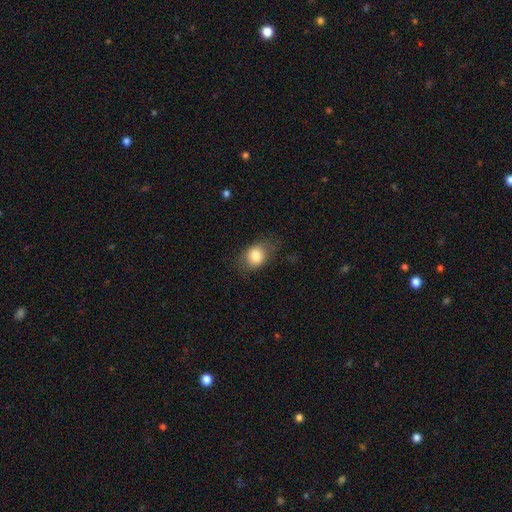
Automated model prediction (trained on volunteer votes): Smooth or featured?
  - smooth: 82% *
  - featured or disk: 10%
  - star or artifact: 9%
How rounded?
  - in between: 52% *
  - round: 46%
  - cigar-shaped: 1%
Merging?
  - none: 72% *
  - minor disturbance: 19%
  - major disturbance: 8%
  - merger: 1%